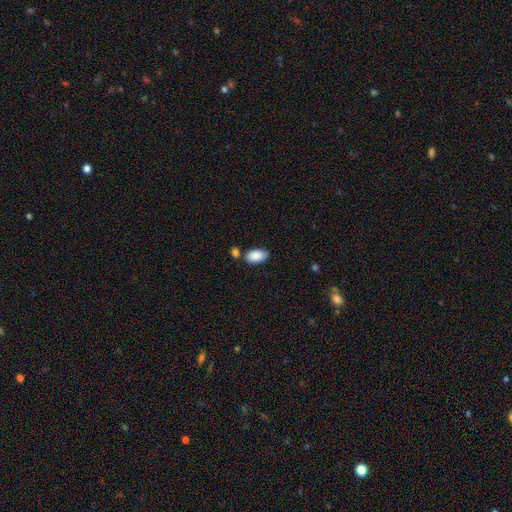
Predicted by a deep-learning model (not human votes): Morphology: type=smooth (88%); roundness=in between (95%); merging=none (69%).